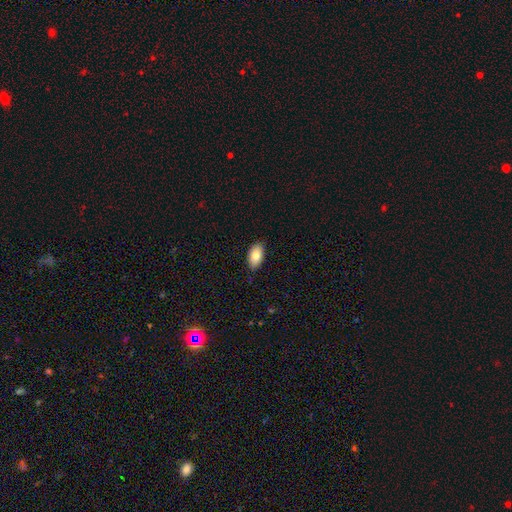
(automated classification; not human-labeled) A smooth galaxy with no disk features (82%) that is in between round and cigar-shaped (93%).

Vote fractions:
- Smooth or featured? smooth: 82% / featured or disk: 11% / star or artifact: 7%
- How rounded? in between: 93% / round: 5% / cigar-shaped: 3%
- Merging? none: 84% / minor disturbance: 13% / major disturbance: 2% / merger: 1%